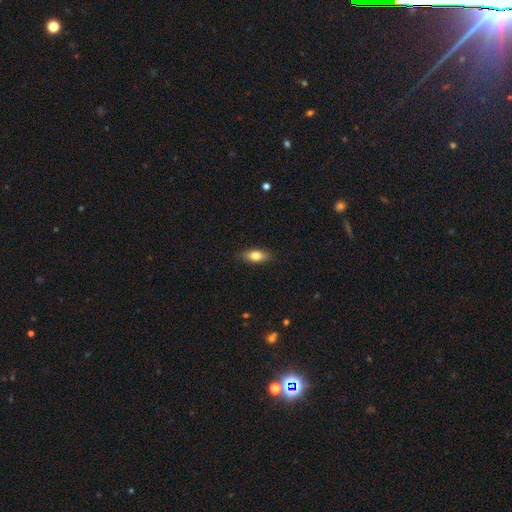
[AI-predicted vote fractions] A smooth galaxy with no disk features (76%) that is in between round and cigar-shaped (80%).

Vote fractions:
- Smooth or featured? smooth: 76% / featured or disk: 17% / star or artifact: 7%
- How rounded? in between: 80% / cigar-shaped: 16% / round: 4%
- Merging? none: 85% / minor disturbance: 12% / major disturbance: 2% / merger: 1%